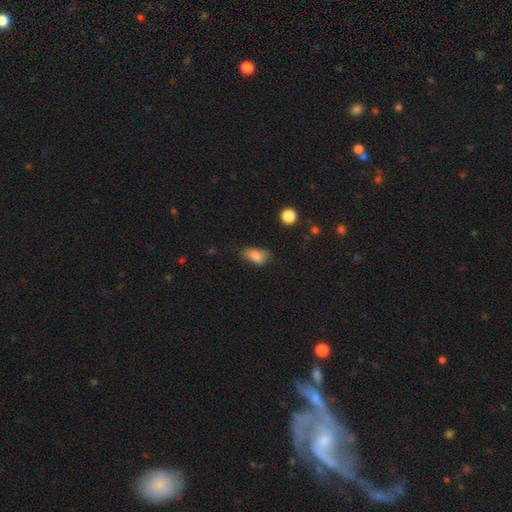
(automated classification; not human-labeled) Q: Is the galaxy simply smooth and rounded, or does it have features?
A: smooth — 82%.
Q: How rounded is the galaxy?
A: in between — 87%.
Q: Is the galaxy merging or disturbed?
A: none — 54%.